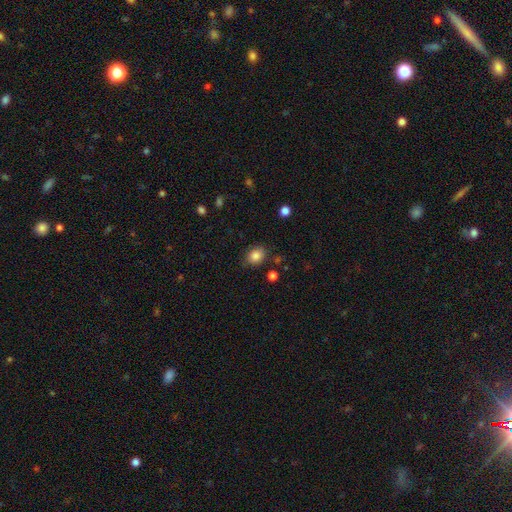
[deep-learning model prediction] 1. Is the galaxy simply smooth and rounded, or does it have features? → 85% smooth, 10% star or artifact, 5% featured or disk.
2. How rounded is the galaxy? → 56% round, 43% in between, 1% cigar-shaped.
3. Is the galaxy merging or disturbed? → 80% none, 14% minor disturbance, 4% major disturbance, 3% merger.